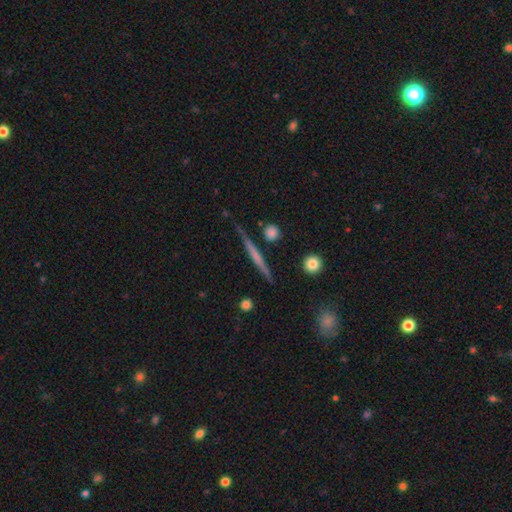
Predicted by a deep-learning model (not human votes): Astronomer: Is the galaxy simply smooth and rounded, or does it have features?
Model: featured or disk — 54% (runner-up: smooth, 39%).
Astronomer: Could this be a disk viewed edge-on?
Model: yes — 96%.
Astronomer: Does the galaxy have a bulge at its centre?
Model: none — 77%.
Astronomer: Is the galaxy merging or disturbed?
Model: none — 84%.